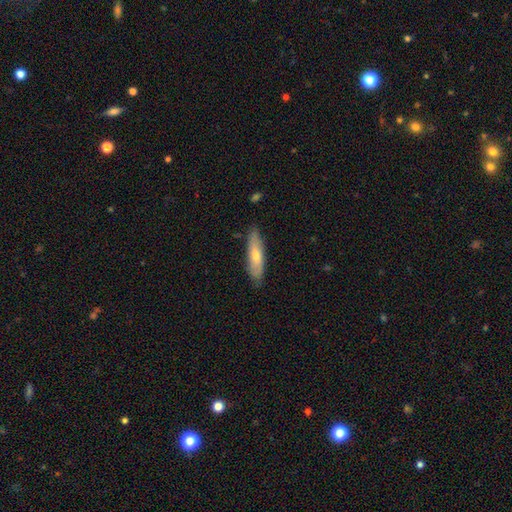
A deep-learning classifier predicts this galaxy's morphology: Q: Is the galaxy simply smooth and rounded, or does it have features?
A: smooth — 64%.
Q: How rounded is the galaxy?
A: cigar-shaped — 65%.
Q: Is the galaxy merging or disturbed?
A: none — 81%.